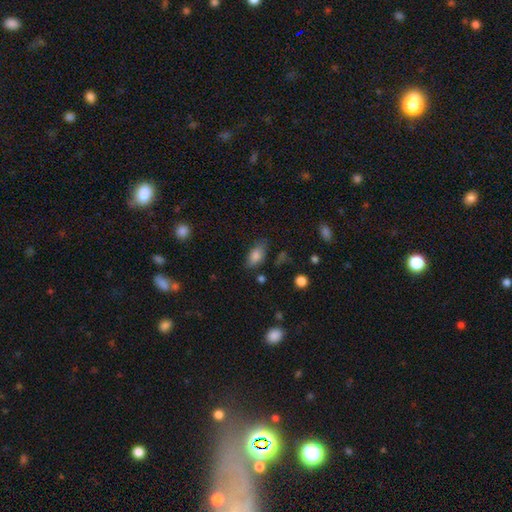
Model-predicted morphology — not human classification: smooth-or-featured: smooth: 81% | featured or disk: 10% | star or artifact: 9%
  how-rounded: in between: 89% | cigar-shaped: 6% | round: 4%
  merging: none: 71% | minor disturbance: 21% | major disturbance: 5% | merger: 3%